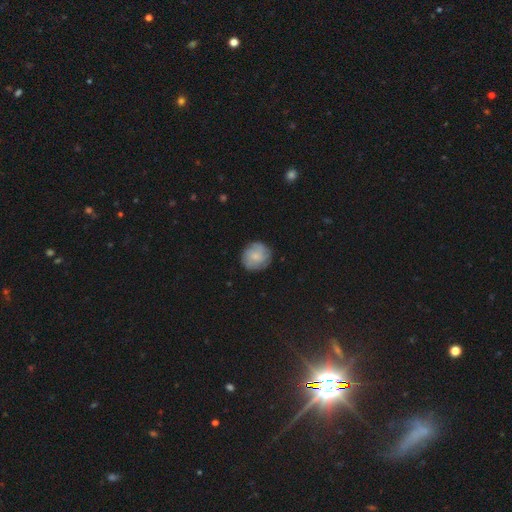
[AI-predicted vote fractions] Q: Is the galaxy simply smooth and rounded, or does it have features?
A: smooth — 57%.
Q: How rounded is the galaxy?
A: round — 89%.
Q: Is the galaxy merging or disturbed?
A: none — 82%.